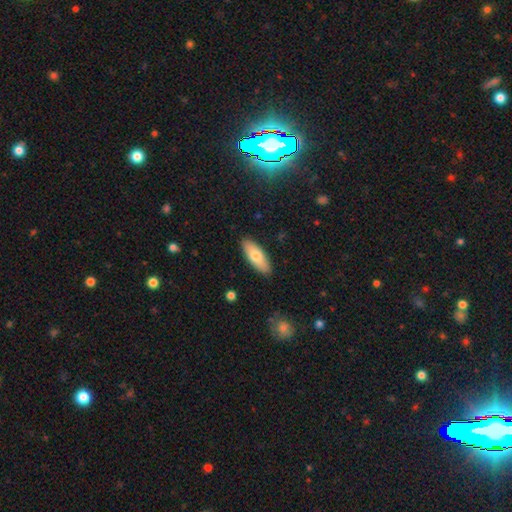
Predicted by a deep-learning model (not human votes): The model was most divided on "how rounded": in between: 72%, cigar-shaped: 26%, round: 2%. More confident: merging — none (89%); smooth or featured — smooth (72%).